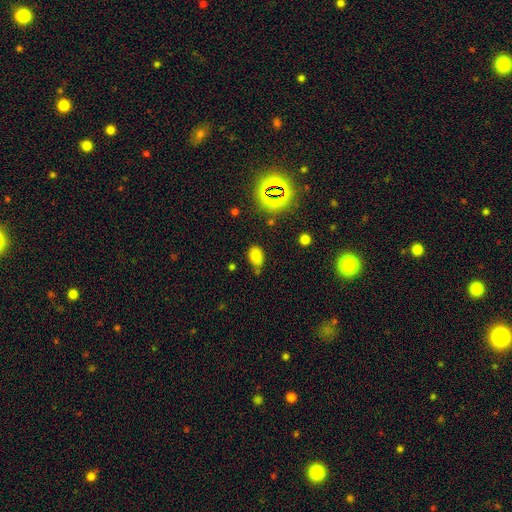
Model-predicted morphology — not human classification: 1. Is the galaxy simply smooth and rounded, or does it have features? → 74% smooth, 19% star or artifact, 7% featured or disk.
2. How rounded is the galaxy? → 84% in between, 14% round, 2% cigar-shaped.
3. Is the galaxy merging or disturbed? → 59% none, 27% minor disturbance, 7% merger, 7% major disturbance.